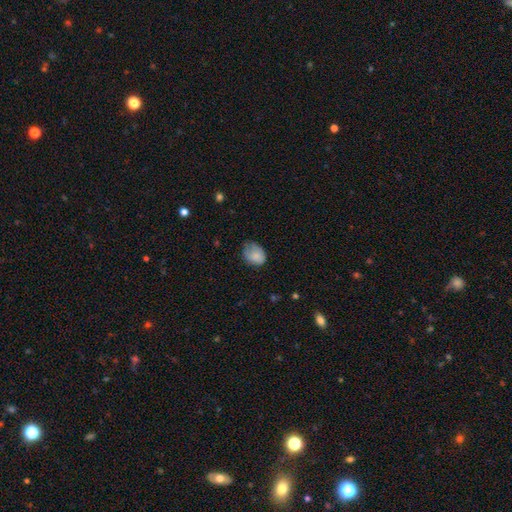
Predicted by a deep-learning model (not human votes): A smooth galaxy with no disk features (81%) that is in between round and cigar-shaped (63%).

Vote fractions:
- Smooth or featured? smooth: 81% / featured or disk: 11% / star or artifact: 8%
- How rounded? in between: 63% / round: 36% / cigar-shaped: 1%
- Merging? none: 45% / minor disturbance: 40% / major disturbance: 14% / merger: 1%